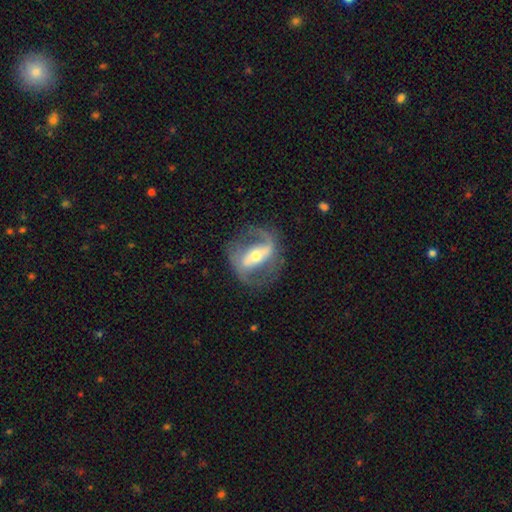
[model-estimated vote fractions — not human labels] smooth-or-featured: featured or disk: 84% | smooth: 10% | star or artifact: 5%
  disk-edge-on: no: 92% | yes: 8%
    bar: strong: 63% | weak: 24% | no: 13%
    has-spiral-arms: yes: 85% | no: 15%
      spiral-winding: medium: 46% | loose: 37% | tight: 18%
      spiral-arm-count: 2: 84% | 1: 7% | can't tell: 6% | 3: 1% | 4: 1% | more than 4: 1%
    bulge-size: moderate: 55% | small: 36% | large: 6% | dominant: 1% | none: 1%
  merging: none: 72% | minor disturbance: 14% | major disturbance: 12% | merger: 2%